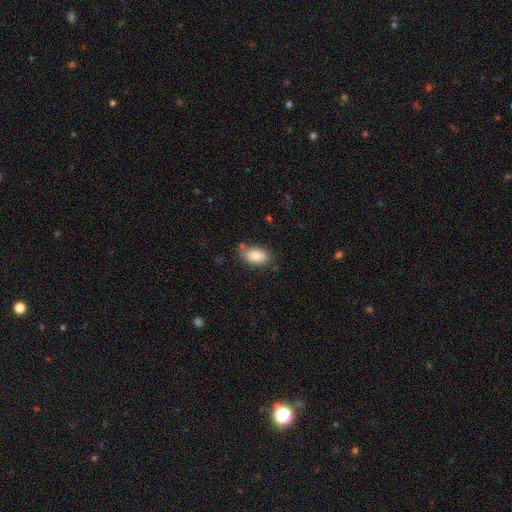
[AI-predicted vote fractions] Smooth or featured? smooth (87%)
How rounded? in between (93%)
Merging? none (69%)